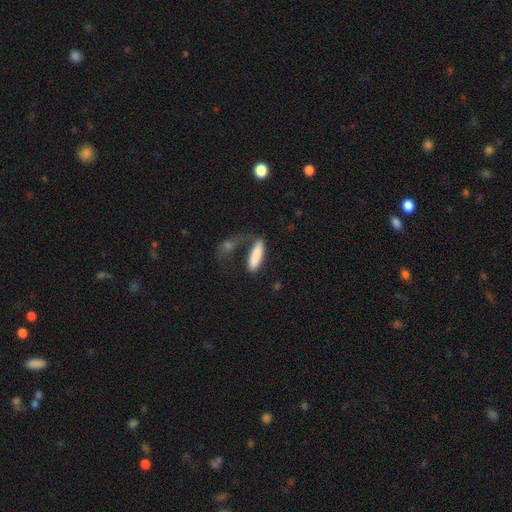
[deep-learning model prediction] smooth_or_featured: smooth (p=0.82) [alt: featured or disk p=0.11]
how_rounded: cigar-shaped (p=0.67) [alt: in between p=0.31]
merging: none (p=0.42) [alt: major disturbance p=0.20]